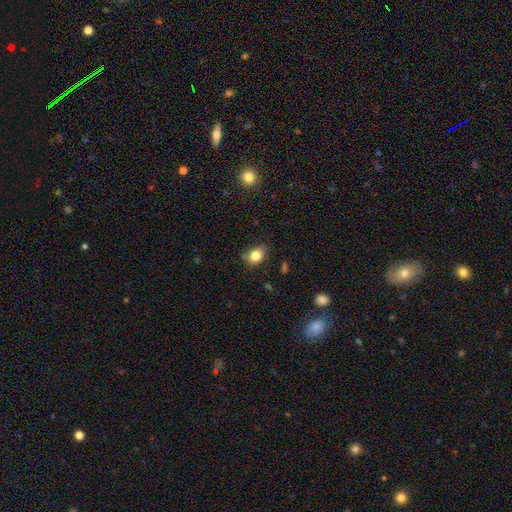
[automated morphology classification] Smooth or featured? Predicted: smooth (p=0.82). How rounded? Predicted: in between (p=0.54). Merging? Predicted: none (p=0.72).